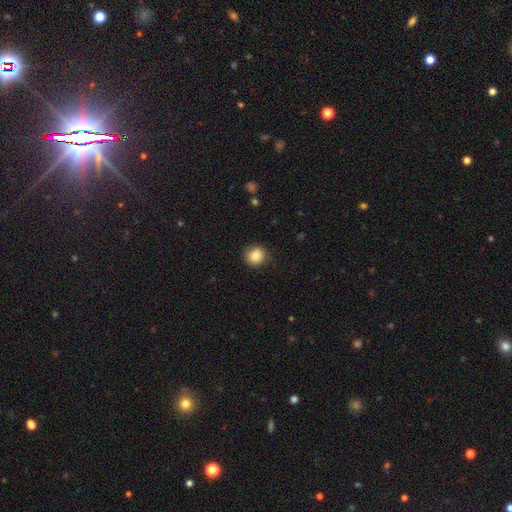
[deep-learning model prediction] Overall: smooth (86%). How rounded: round (88%). Merging: none (82%).